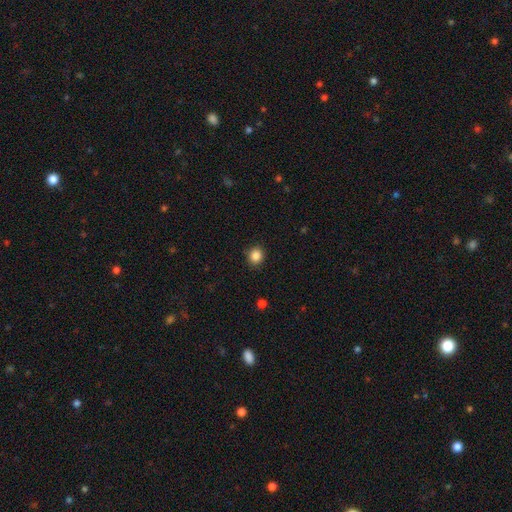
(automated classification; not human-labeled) A smooth galaxy with no disk features (86%) that is round (83%). Merging: none (89%).